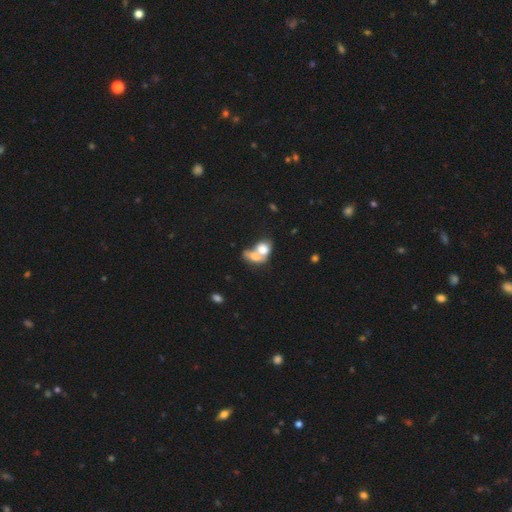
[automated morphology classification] The model was most divided on "how rounded": in between: 65%, round: 31%, cigar-shaped: 4%. More confident: merging — merger (72%); smooth or featured — smooth (68%).